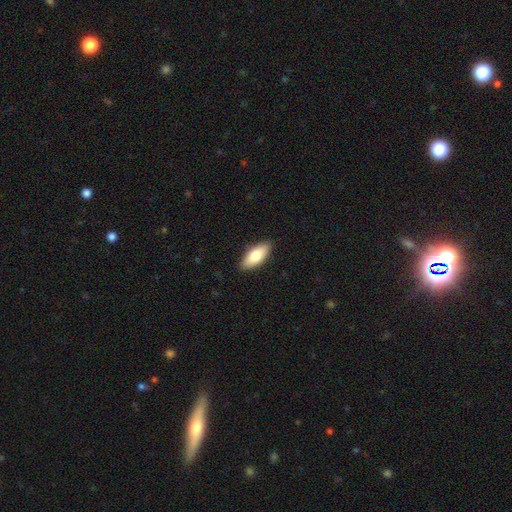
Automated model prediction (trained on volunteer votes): This is likely a smooth galaxy (79%). How rounded: likely in between (80%). Merging: clearly none (88%).